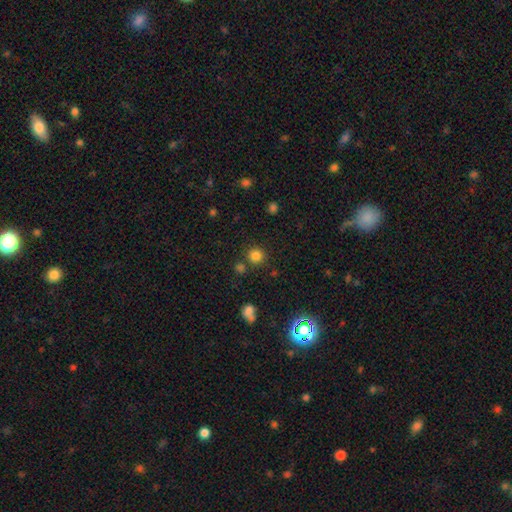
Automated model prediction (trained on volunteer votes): smooth 80%, star or artifact 15%, featured or disk 5%. Down the decision tree: how rounded — round (92%); merging — none (80%).